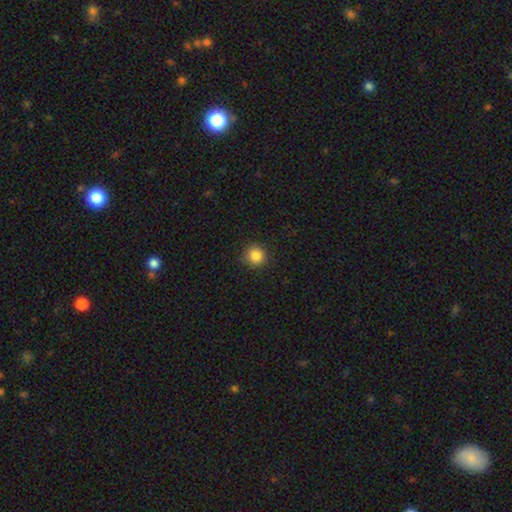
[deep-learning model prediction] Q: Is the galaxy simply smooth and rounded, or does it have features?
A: smooth — 85%.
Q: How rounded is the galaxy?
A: round — 92%.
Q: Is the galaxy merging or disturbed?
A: none — 87%.